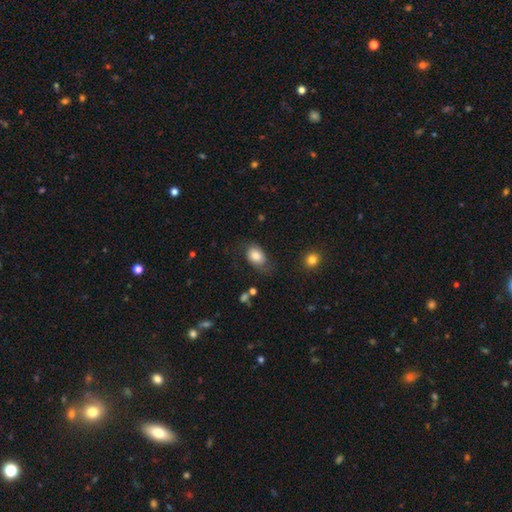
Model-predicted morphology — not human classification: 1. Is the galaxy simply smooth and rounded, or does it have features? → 78% smooth, 15% featured or disk, 8% star or artifact.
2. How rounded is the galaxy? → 83% in between, 16% round, 1% cigar-shaped.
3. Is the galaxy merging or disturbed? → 59% none, 25% minor disturbance, 13% major disturbance, 2% merger.